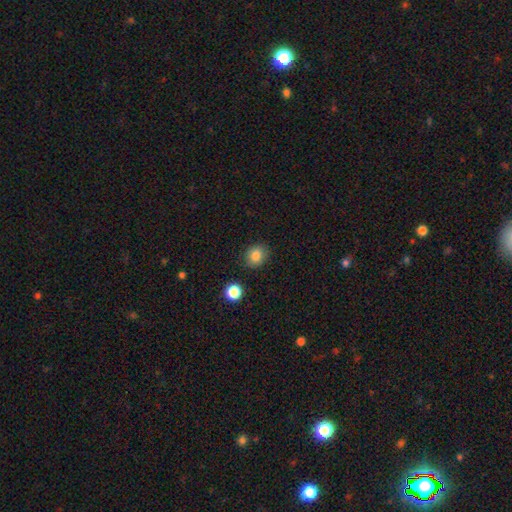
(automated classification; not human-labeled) A smooth galaxy with no disk features (84%) that is round (74%). Merging: none (86%).